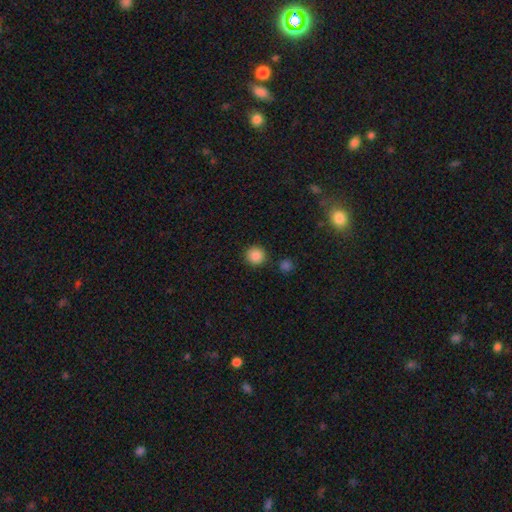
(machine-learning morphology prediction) This appears to be a smooth galaxy with no disk features (86%) that is round (94%). Merging: none (88%).